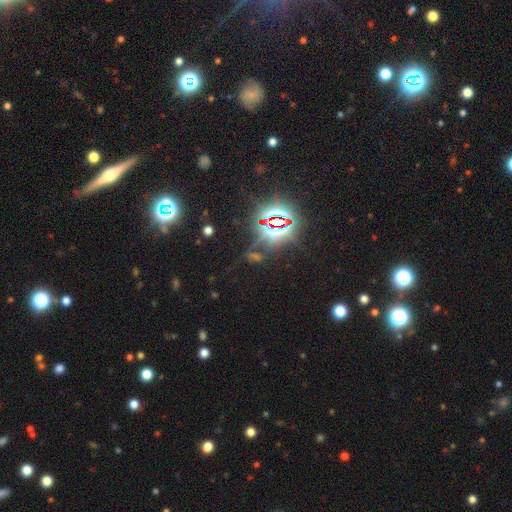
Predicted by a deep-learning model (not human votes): Smooth or featured: star or artifact — 78% (smooth — 14%)